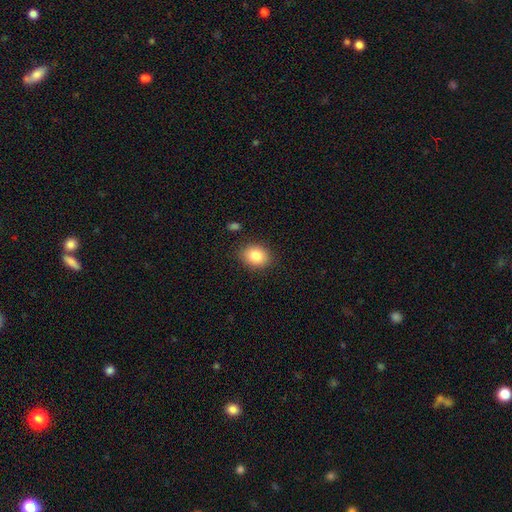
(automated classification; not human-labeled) Smooth or featured? Predicted: smooth (p=0.83). How rounded? Predicted: in between (p=0.52). Merging? Predicted: none (p=0.86).